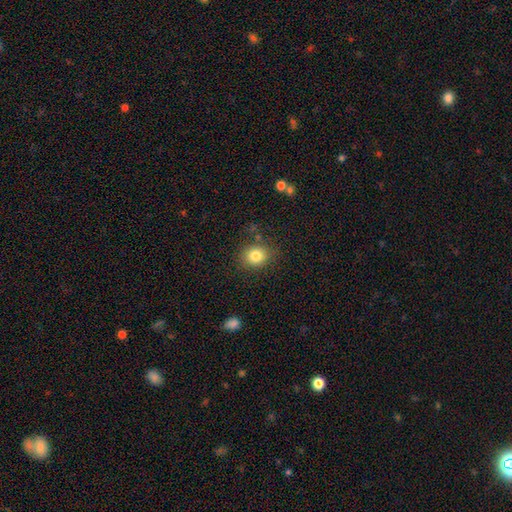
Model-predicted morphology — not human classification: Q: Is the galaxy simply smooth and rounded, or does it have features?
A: smooth — 82%.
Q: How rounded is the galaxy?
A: round — 69%.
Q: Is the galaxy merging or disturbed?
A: none — 81%.